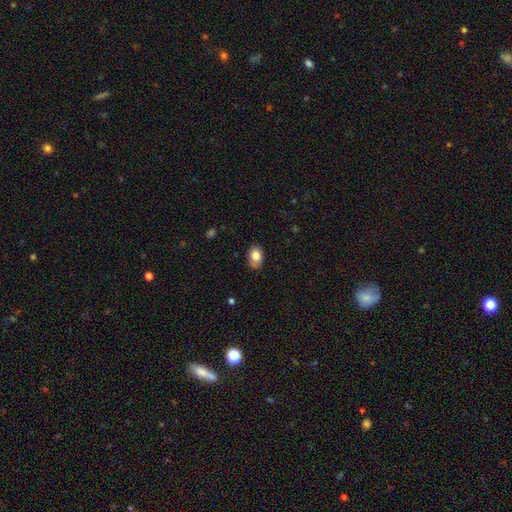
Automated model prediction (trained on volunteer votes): A smooth galaxy with no disk features (82%) that is in between round and cigar-shaped (79%).

Vote fractions:
- Smooth or featured? smooth: 82% / featured or disk: 10% / star or artifact: 8%
- How rounded? in between: 79% / round: 20% / cigar-shaped: 1%
- Merging? none: 73% / minor disturbance: 21% / major disturbance: 4% / merger: 2%